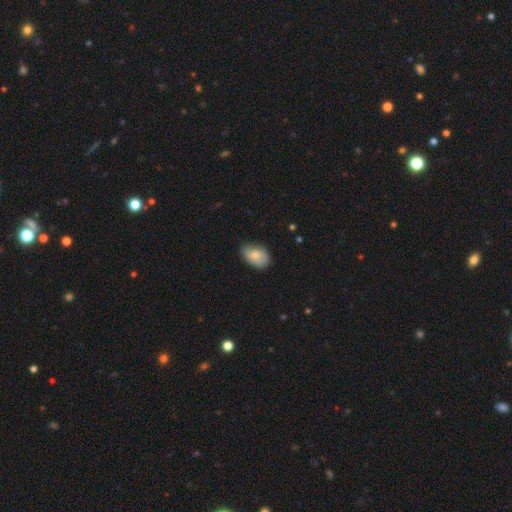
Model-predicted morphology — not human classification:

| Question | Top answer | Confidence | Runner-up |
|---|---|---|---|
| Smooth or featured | smooth | 67% | featured or disk (26%) |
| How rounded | in between | 85% | round (14%) |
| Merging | none | 64% | minor disturbance (30%) |